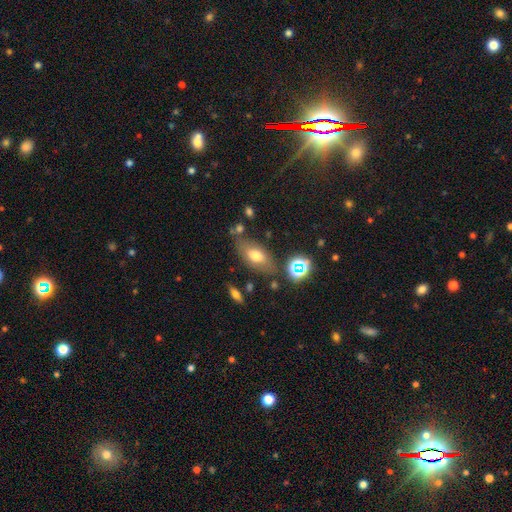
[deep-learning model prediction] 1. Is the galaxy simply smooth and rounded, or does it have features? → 69% smooth, 20% featured or disk, 11% star or artifact.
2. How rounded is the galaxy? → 85% in between, 9% cigar-shaped, 6% round.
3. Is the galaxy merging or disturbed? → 72% none, 16% minor disturbance, 7% merger, 5% major disturbance.